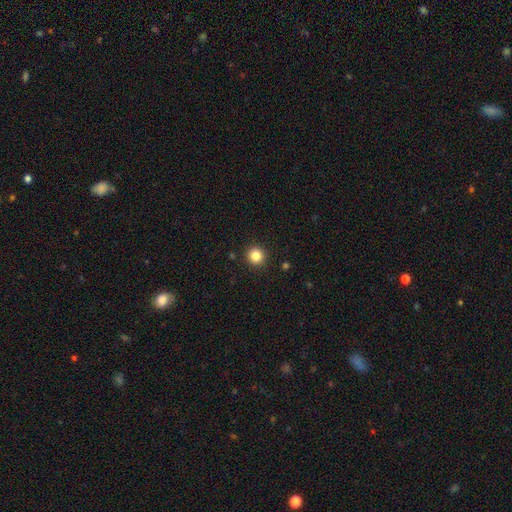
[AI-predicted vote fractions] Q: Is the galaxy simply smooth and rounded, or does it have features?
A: smooth — 84%.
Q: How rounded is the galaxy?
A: round — 94%.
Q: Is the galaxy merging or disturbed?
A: none — 92%.